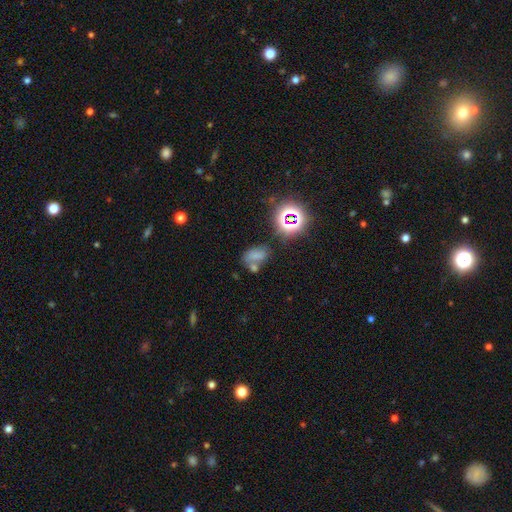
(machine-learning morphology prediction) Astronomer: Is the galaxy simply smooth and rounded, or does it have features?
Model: smooth — 58%.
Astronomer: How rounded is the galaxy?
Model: in between — 81%.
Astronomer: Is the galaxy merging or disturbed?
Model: none — 39% (runner-up: merger, 33%).